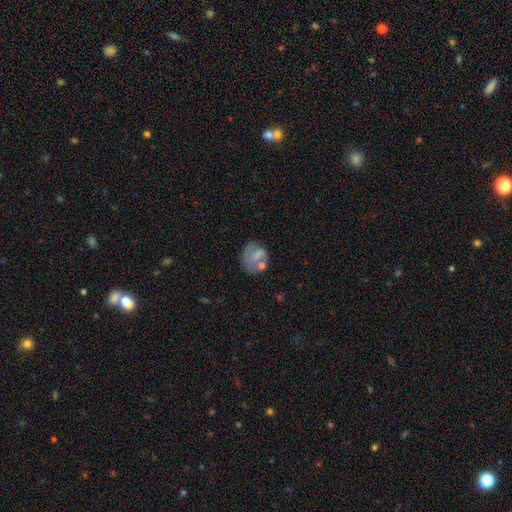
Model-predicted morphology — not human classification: type=smooth (65%); roundness=round (60%); merging=none (44%).